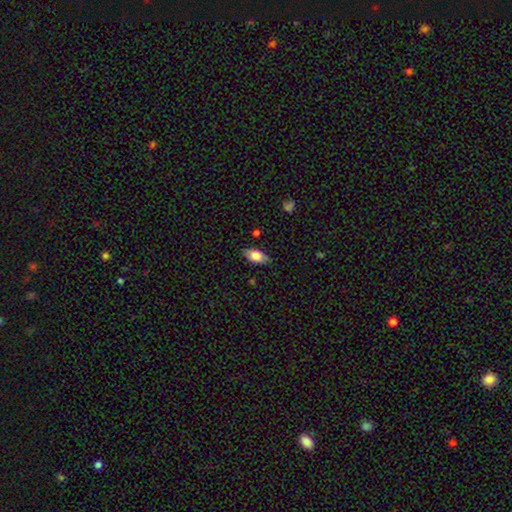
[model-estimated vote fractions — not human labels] Morphology: type=smooth (77%); roundness=in between (89%); merging=none (83%).